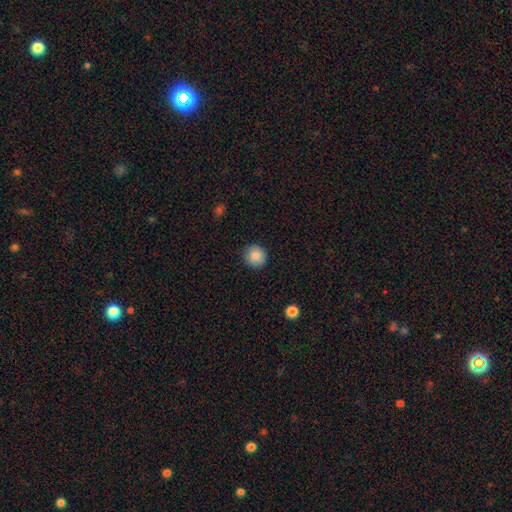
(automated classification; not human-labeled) smooth 87%, star or artifact 8%, featured or disk 4%. Down the decision tree: how rounded — round (94%); merging — none (90%).